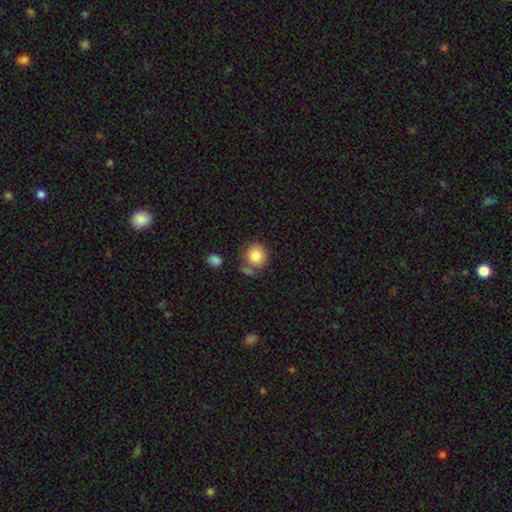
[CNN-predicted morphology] type=smooth (84%); roundness=round (85%); merging=none (66%).